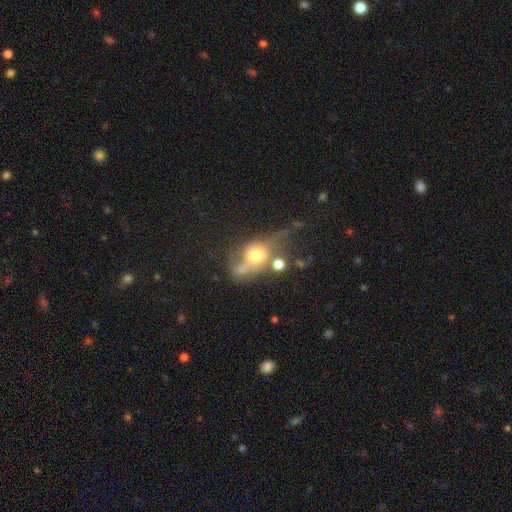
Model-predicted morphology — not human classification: Smooth or featured: smooth — 45% (featured or disk — 43%)
Merging: major disturbance — 32% (merger — 28%)